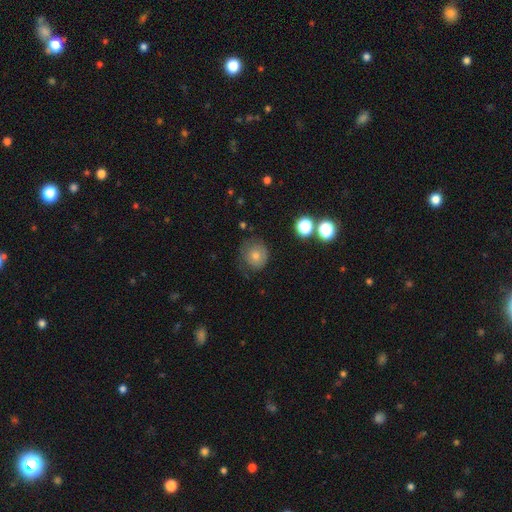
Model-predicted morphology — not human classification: Smooth or featured? Predicted: smooth (p=0.68). How rounded? Predicted: round (p=0.86). Merging? Predicted: none (p=0.66).